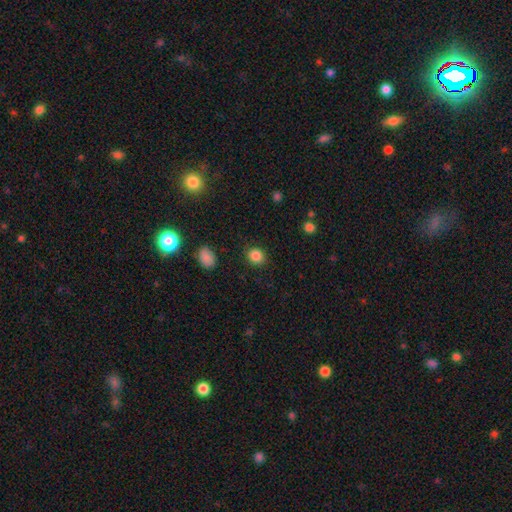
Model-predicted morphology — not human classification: The model was most divided on "how rounded": round: 69%, in between: 30%, cigar-shaped: 1%. More confident: merging — none (88%); smooth or featured — smooth (85%).